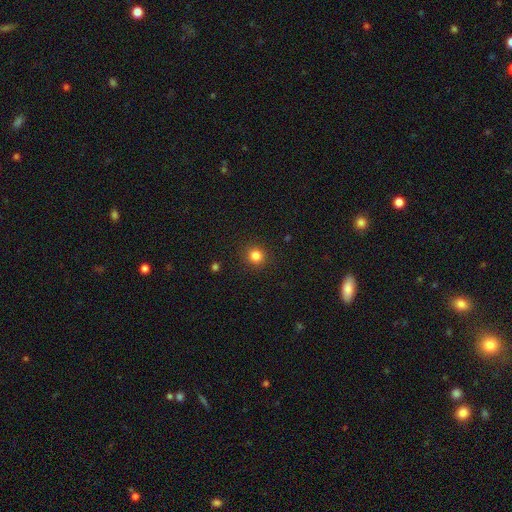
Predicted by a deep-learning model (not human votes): Smooth or featured: smooth — 84% (star or artifact — 12%)
How rounded: round — 91% (in between — 8%)
Merging: none — 91% (minor disturbance — 6%)